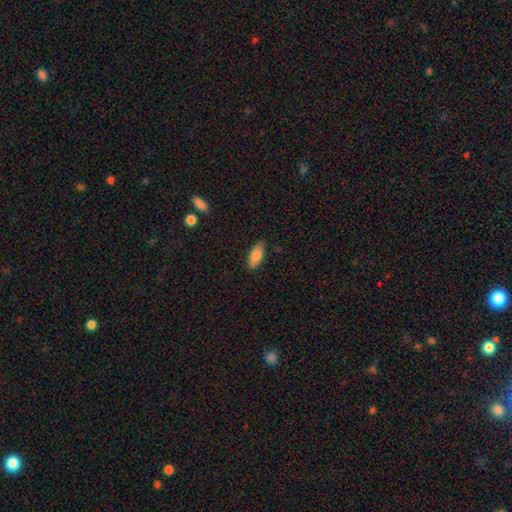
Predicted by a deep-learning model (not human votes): Morphology: type=smooth (84%); roundness=in between (84%); merging=none (85%).